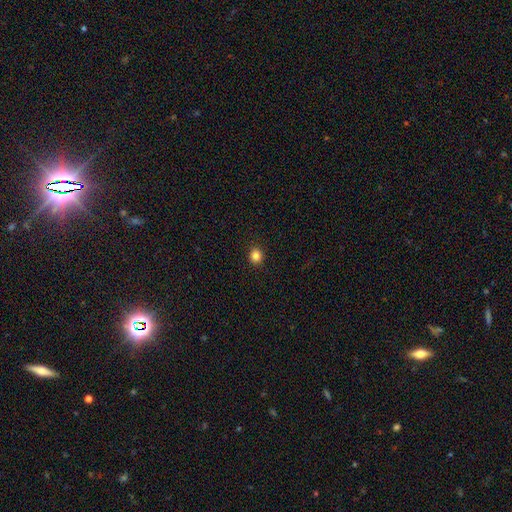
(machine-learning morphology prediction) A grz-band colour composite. It shows a smooth galaxy with no disk features (84%) that is round (83%). Merging: none (92%).